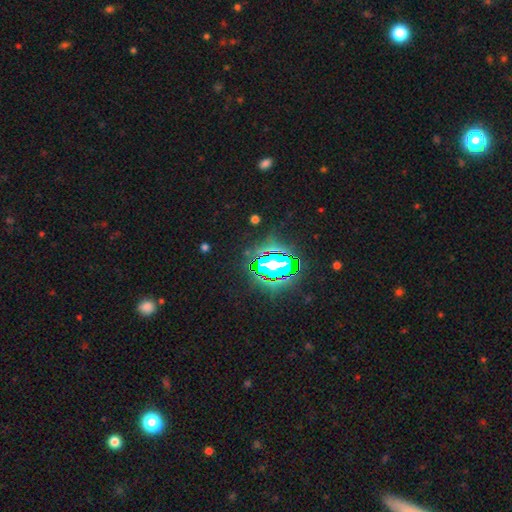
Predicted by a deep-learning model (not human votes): smooth-or-featured: star or artifact: 81% | smooth: 11% | featured or disk: 7%